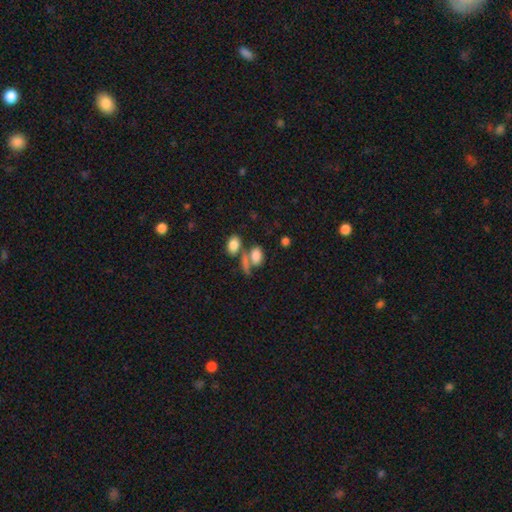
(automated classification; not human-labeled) Smooth or featured? smooth (79%)
How rounded? in between (85%)
Merging? merger (42%)